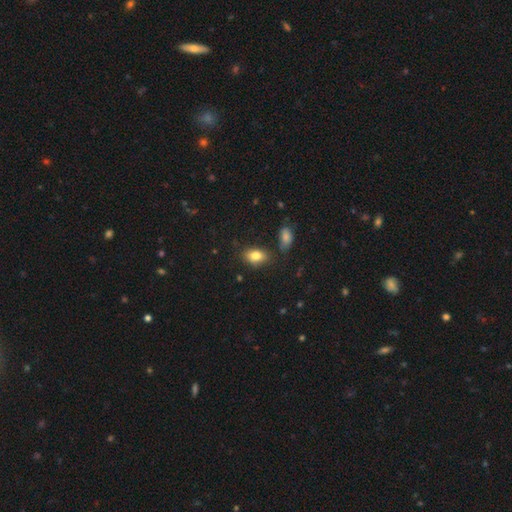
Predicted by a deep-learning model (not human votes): Smooth or featured: smooth — 81% (featured or disk — 10%)
How rounded: in between — 84% (round — 14%)
Merging: none — 76% (minor disturbance — 15%)